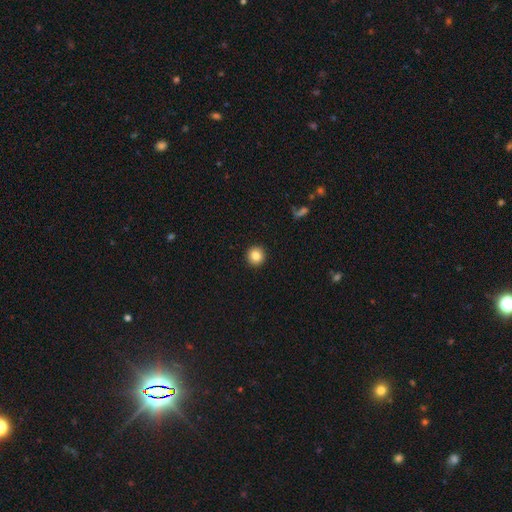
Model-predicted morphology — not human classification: Overall: smooth (84%). How rounded: round (95%). Merging: none (93%).